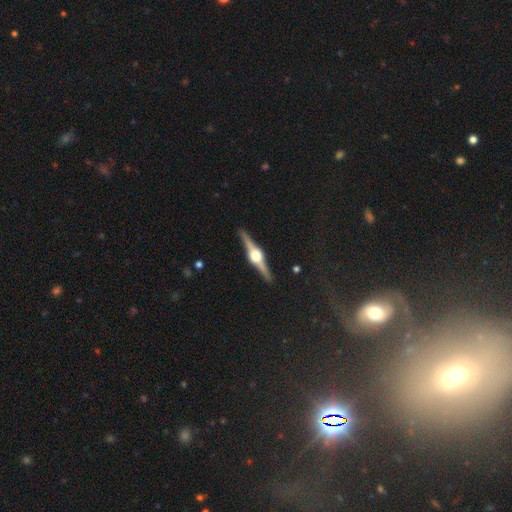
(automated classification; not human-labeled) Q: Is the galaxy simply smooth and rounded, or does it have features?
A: featured or disk — 88%.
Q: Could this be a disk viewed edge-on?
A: yes — 98%.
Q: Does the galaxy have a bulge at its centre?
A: rounded — 95%.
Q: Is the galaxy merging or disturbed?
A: none — 92%.